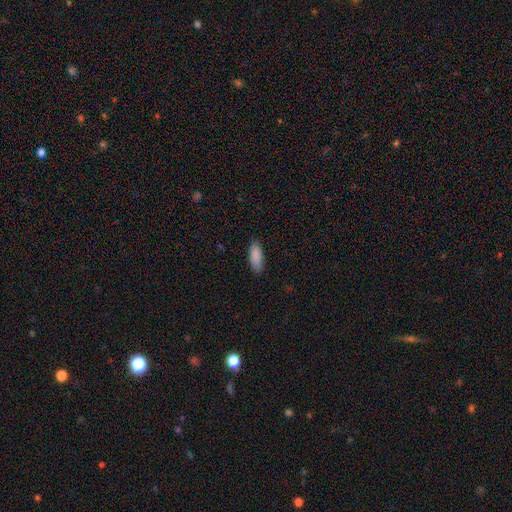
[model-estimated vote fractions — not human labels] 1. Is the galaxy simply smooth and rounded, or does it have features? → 90% smooth, 6% star or artifact, 4% featured or disk.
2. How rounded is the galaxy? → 75% in between, 23% cigar-shaped, 2% round.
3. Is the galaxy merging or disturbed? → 86% none, 11% minor disturbance, 2% major disturbance, 1% merger.